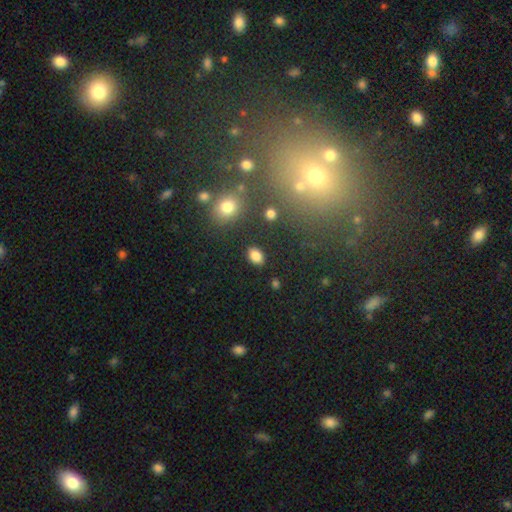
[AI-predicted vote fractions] Smooth or featured? smooth (84%)
How rounded? in between (79%)
Merging? none (86%)